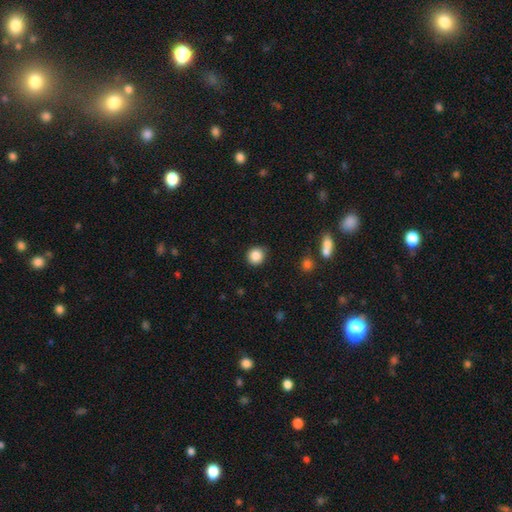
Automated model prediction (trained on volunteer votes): A smooth galaxy with no disk features (85%) that is round (88%). Merging: none (86%).